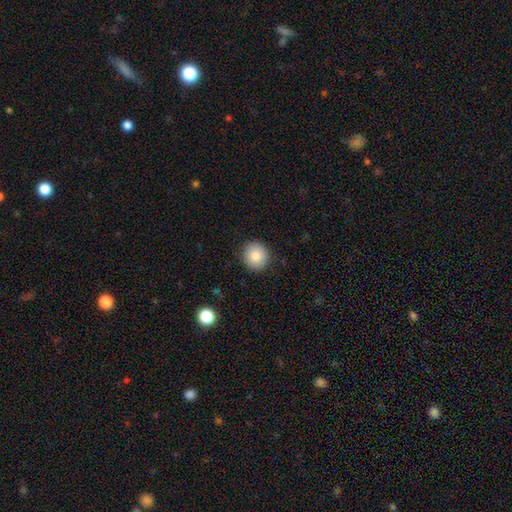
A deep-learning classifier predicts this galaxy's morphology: Smooth or featured: smooth — 82% (featured or disk — 9%)
How rounded: round — 91% (in between — 8%)
Merging: none — 91% (minor disturbance — 6%)